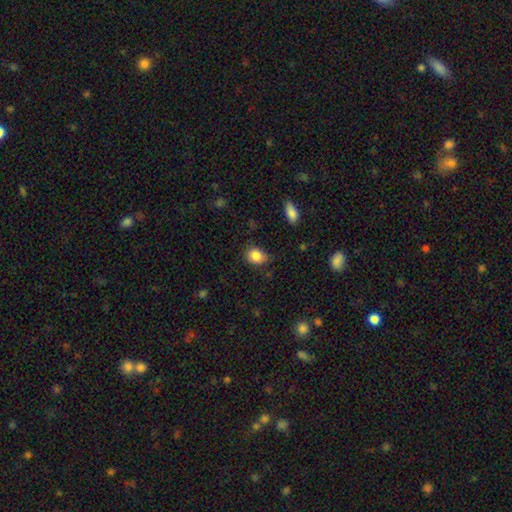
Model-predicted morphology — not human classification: Q: Smooth or featured?
A: smooth (84%); runner-up: star or artifact (10%)
Q: How rounded?
A: round (50%); runner-up: in between (49%)
Q: Merging?
A: none (67%); runner-up: minor disturbance (26%)